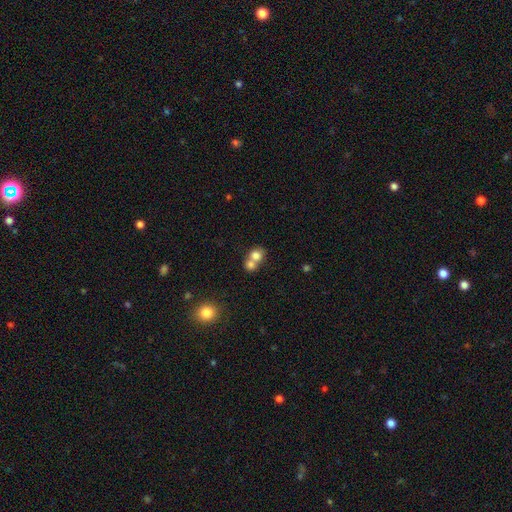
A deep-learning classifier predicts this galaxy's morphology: A smooth galaxy with no disk features (76%) that is round (69%). Merging: merger (65%).